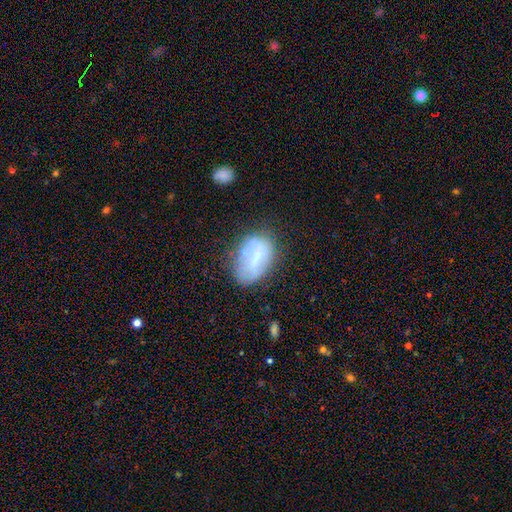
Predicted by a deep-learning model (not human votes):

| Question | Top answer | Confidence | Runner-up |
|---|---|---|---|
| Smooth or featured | smooth | 51% | featured or disk (39%) |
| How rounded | in between | 85% | round (13%) |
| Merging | none | 50% | minor disturbance (26%) |